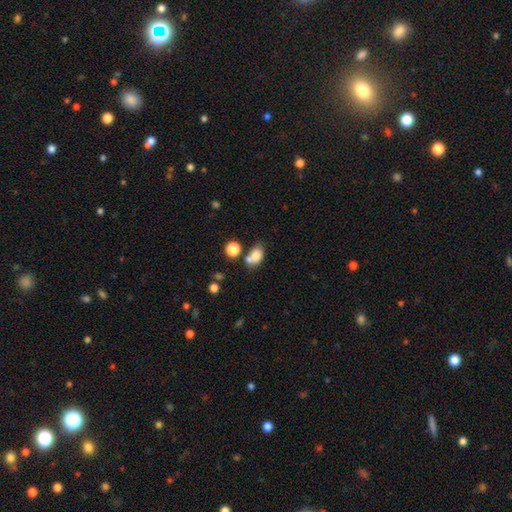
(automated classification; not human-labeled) A smooth galaxy with no disk features (78%) that is in between round and cigar-shaped (74%).

Vote fractions:
- Smooth or featured? smooth: 78% / star or artifact: 11% / featured or disk: 11%
- How rounded? in between: 74% / round: 25% / cigar-shaped: 2%
- Merging? none: 43% / merger: 35% / minor disturbance: 16% / major disturbance: 6%